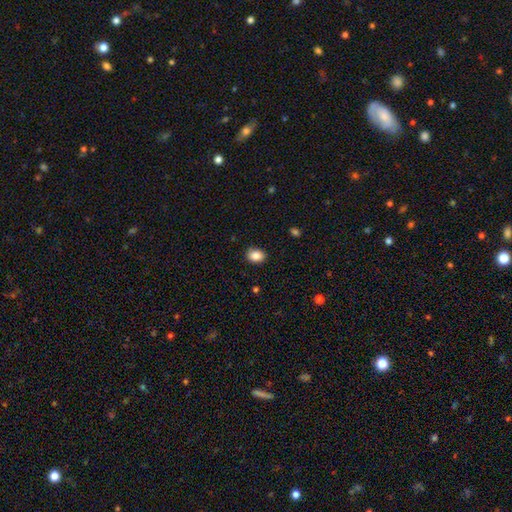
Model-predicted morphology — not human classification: Smooth or featured? Predicted: smooth (p=0.87). How rounded? Predicted: in between (p=0.64). Merging? Predicted: none (p=0.88).